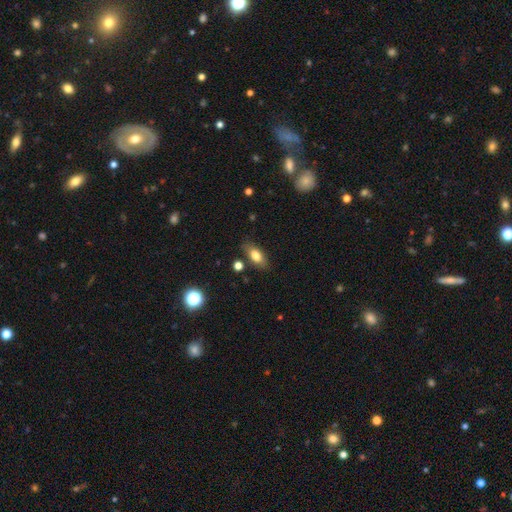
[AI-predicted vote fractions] Morphology: type=smooth (76%); roundness=in between (81%); merging=none (81%).